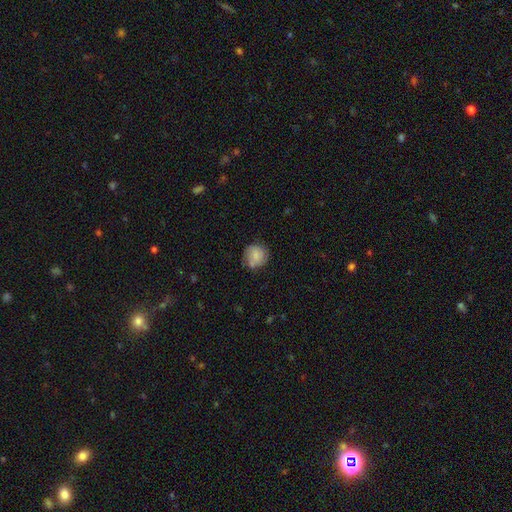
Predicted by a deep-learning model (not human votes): This is likely a smooth galaxy (72%). How rounded: clearly round (86%). Merging: likely none (69%).